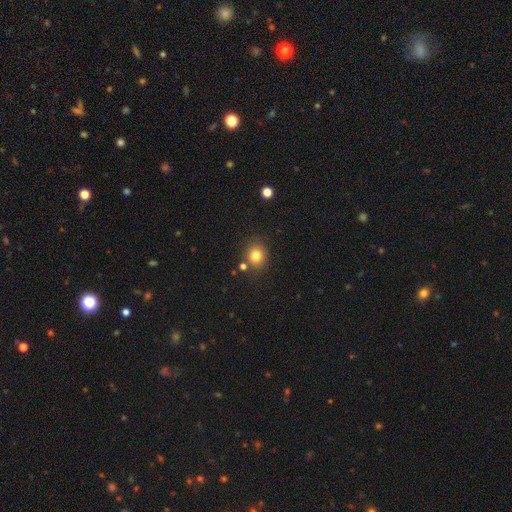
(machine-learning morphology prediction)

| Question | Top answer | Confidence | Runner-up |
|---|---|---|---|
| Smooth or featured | smooth | 81% | star or artifact (12%) |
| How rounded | round | 75% | in between (24%) |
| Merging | none | 80% | minor disturbance (10%) |